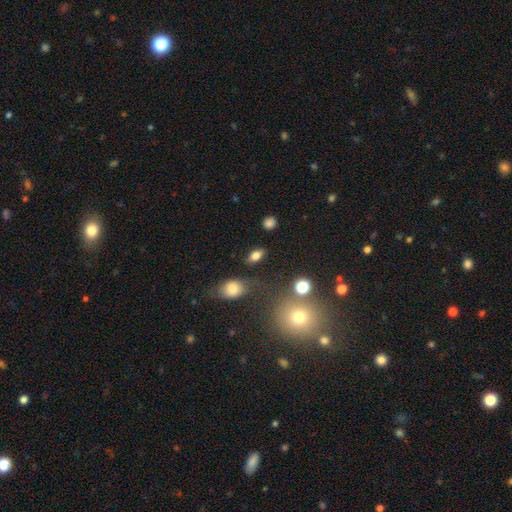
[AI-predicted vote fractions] smooth_or_featured: smooth (p=0.77) [alt: featured or disk p=0.12]
how_rounded: in between (p=0.83) [alt: round p=0.12]
merging: none (p=0.78) [alt: minor disturbance p=0.13]